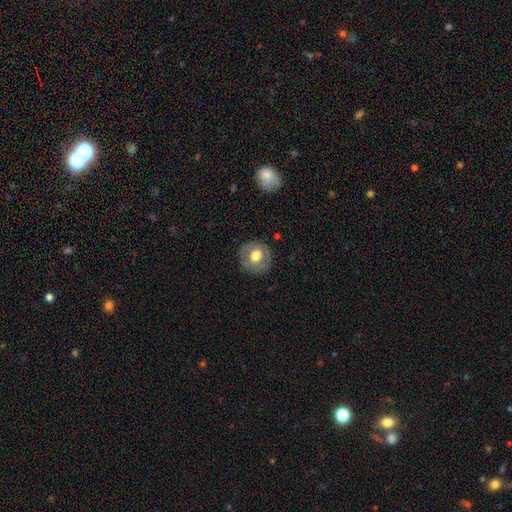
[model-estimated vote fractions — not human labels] smooth-or-featured: smooth: 54% | featured or disk: 39% | star or artifact: 7%
  how-rounded: round: 88% | in between: 11% | cigar-shaped: 1%
  merging: none: 83% | minor disturbance: 12% | major disturbance: 4% | merger: 1%